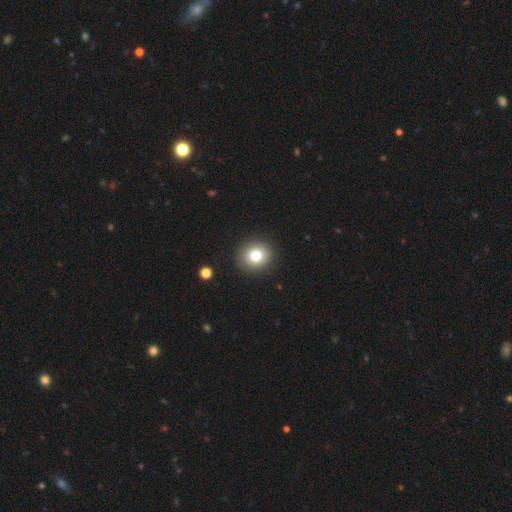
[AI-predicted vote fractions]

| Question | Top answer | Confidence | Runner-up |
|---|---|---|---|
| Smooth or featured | smooth | 78% | star or artifact (11%) |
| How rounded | round | 84% | in between (15%) |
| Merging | none | 91% | minor disturbance (6%) |